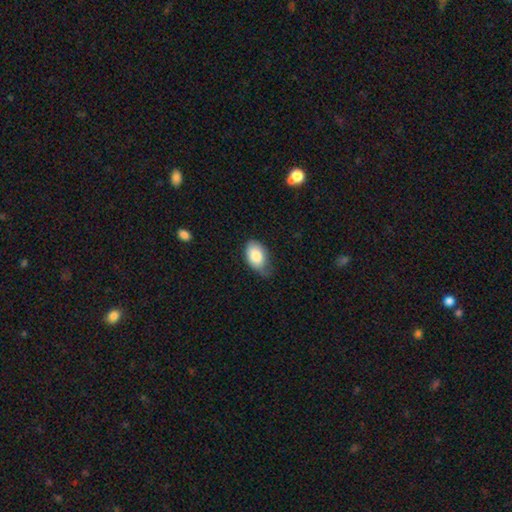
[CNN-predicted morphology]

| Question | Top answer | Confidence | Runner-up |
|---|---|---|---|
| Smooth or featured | smooth | 83% | featured or disk (11%) |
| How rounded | in between | 91% | round (8%) |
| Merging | none | 46% | minor disturbance (41%) |